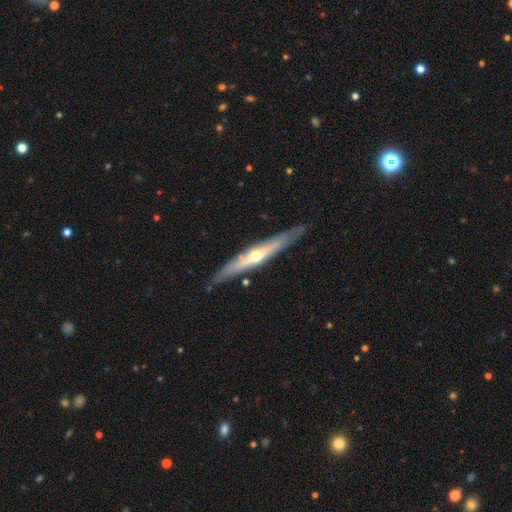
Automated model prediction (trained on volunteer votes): A featured or disk galaxy (67%) viewed edge-on (90%) with a rounded central bulge (83%). Merging: none (84%).